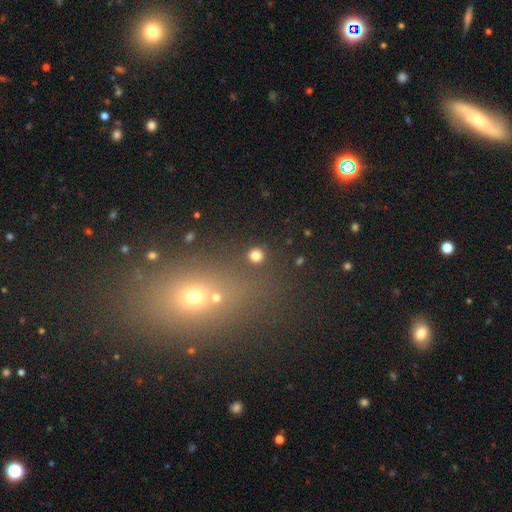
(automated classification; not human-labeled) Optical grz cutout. It shows a smooth galaxy with no disk features (80%) that is round (92%). Merging: none (89%).